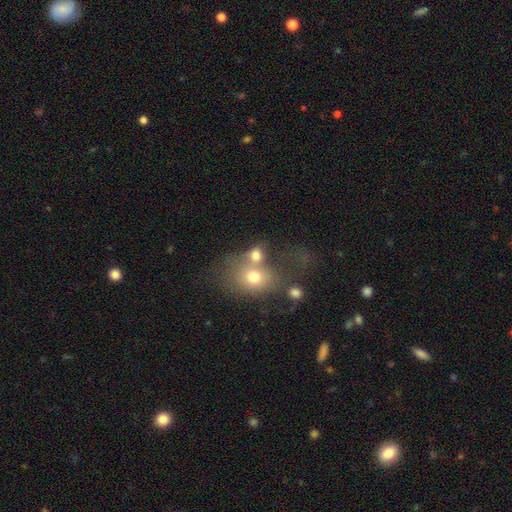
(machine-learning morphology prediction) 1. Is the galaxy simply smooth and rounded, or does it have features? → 69% smooth, 18% featured or disk, 13% star or artifact.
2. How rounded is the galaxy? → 51% round, 48% in between, 1% cigar-shaped.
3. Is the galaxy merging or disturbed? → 51% merger, 28% none, 11% major disturbance, 10% minor disturbance.